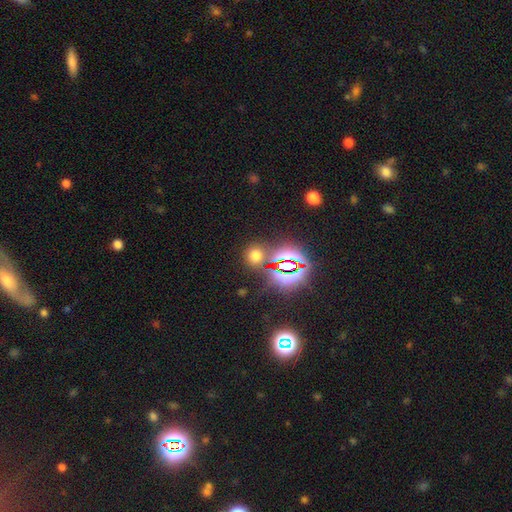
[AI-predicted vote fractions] A smooth galaxy with no disk features (55%) that is round (81%). Merging: none (78%).